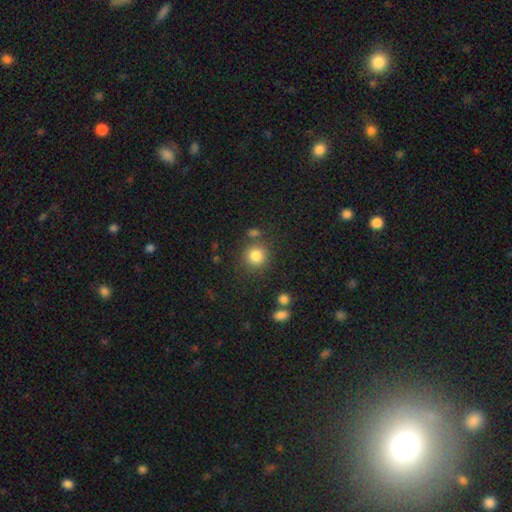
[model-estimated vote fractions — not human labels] smooth-or-featured: smooth: 83% | star or artifact: 11% | featured or disk: 6%
  how-rounded: round: 91% | in between: 8% | cigar-shaped: 1%
  merging: none: 80% | minor disturbance: 9% | merger: 8% | major disturbance: 4%